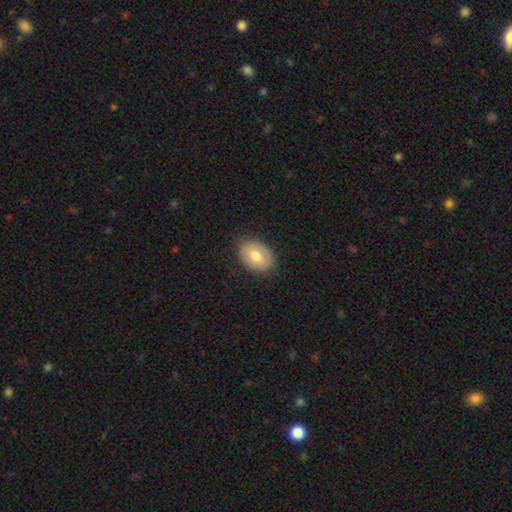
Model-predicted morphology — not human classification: A smooth galaxy with no disk features (70%) that is in between round and cigar-shaped (79%). Merging: none (84%).